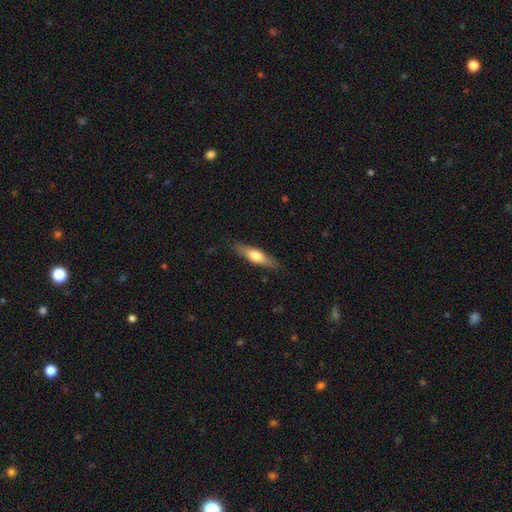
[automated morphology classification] A smooth galaxy with no disk features (60%) that is cigar-shaped (67%). Merging: none (84%).